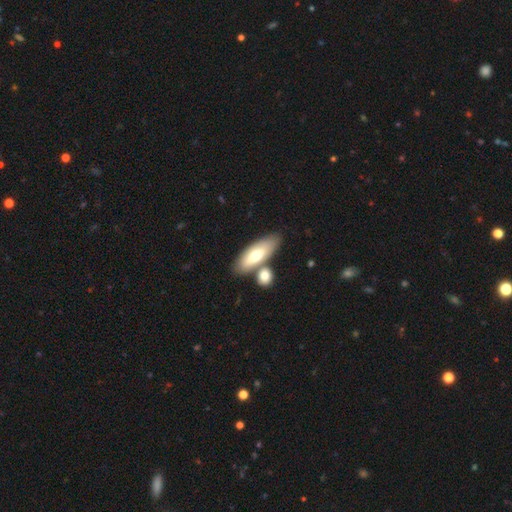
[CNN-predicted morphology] Smooth or featured? smooth (61%)
How rounded? in between (65%)
Merging? none (62%)